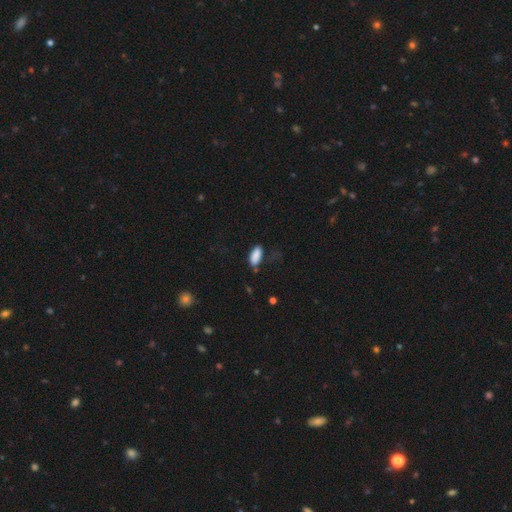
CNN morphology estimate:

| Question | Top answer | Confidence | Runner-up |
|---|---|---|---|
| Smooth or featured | smooth | 88% | star or artifact (8%) |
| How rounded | in between | 86% | cigar-shaped (11%) |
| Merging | none | 61% | minor disturbance (26%) |